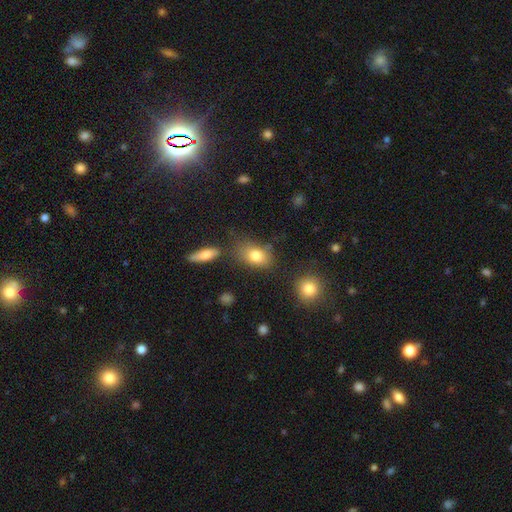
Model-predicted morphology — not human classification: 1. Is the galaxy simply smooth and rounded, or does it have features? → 81% smooth, 10% featured or disk, 9% star or artifact.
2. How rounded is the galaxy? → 78% in between, 19% round, 2% cigar-shaped.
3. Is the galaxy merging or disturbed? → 66% none, 19% minor disturbance, 8% merger, 6% major disturbance.